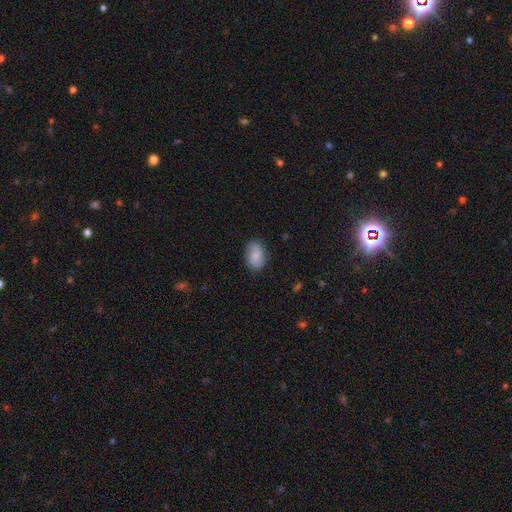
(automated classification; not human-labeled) This appears to be a smooth galaxy with no disk features (69%) that is in between round and cigar-shaped (88%). Merging: none (80%).